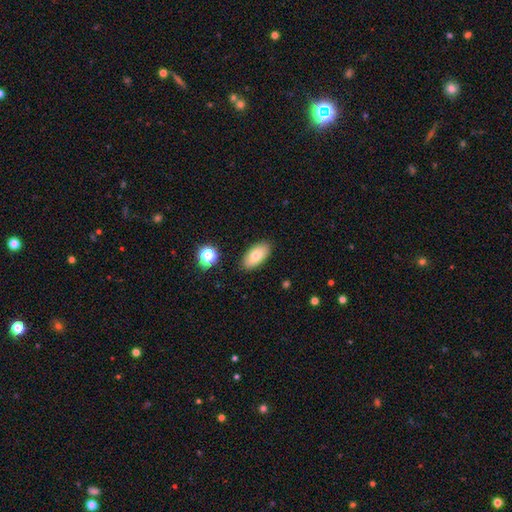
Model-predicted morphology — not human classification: Q: Smooth or featured?
A: smooth (77%); runner-up: featured or disk (14%)
Q: How rounded?
A: in between (92%); runner-up: cigar-shaped (4%)
Q: Merging?
A: none (88%); runner-up: minor disturbance (9%)